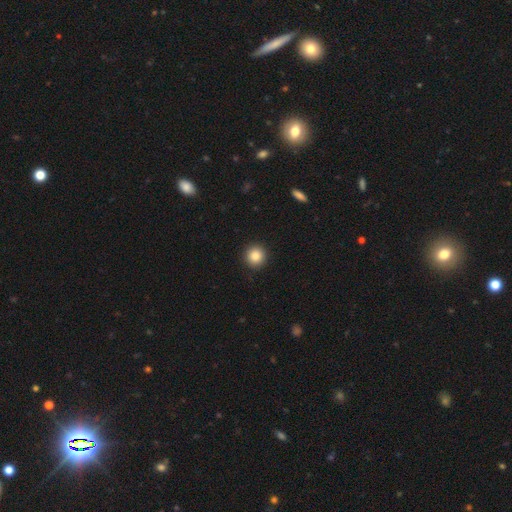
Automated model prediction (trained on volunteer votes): A smooth galaxy with no disk features (87%) that is round (95%).

Vote fractions:
- Smooth or featured? smooth: 87% / star or artifact: 9% / featured or disk: 4%
- How rounded? round: 95% / in between: 4% / cigar-shaped: 1%
- Merging? none: 93% / minor disturbance: 5% / major disturbance: 2% / merger: 1%